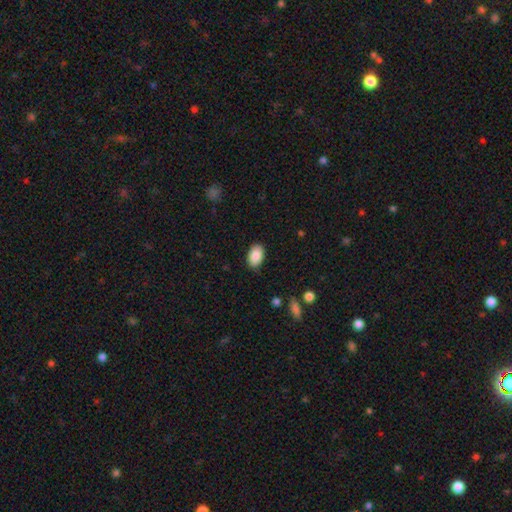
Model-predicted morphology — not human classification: smooth-or-featured: smooth: 88% | star or artifact: 7% | featured or disk: 5%
  how-rounded: in between: 91% | round: 8% | cigar-shaped: 1%
  merging: none: 86% | minor disturbance: 11% | major disturbance: 2% | merger: 1%